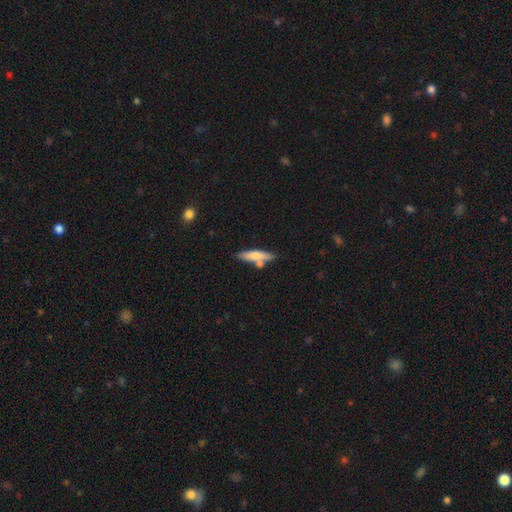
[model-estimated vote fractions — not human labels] A smooth galaxy with no disk features (68%) that is cigar-shaped (79%). Merging: none (69%).